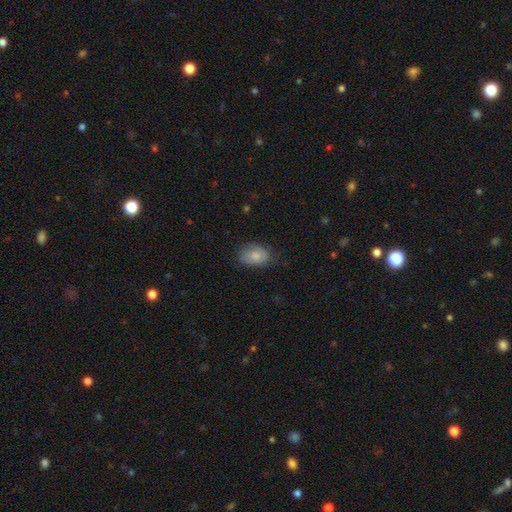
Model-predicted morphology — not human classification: Overall: smooth (82%). How rounded: in between (82%). Merging: none (65%; minor disturbance 27%).